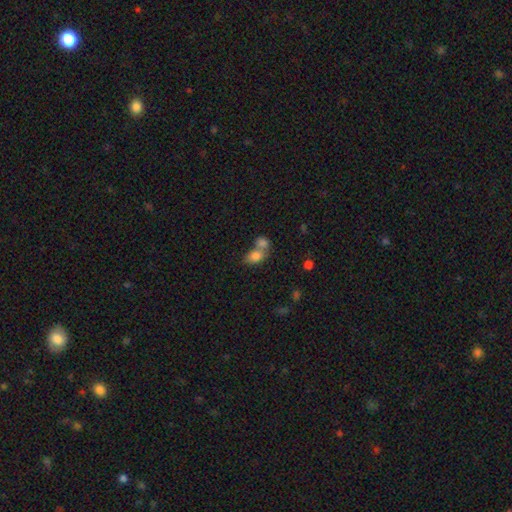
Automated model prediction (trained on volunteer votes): Smooth or featured?
  - smooth: 80% *
  - featured or disk: 10%
  - star or artifact: 10%
How rounded?
  - in between: 75% *
  - round: 23%
  - cigar-shaped: 2%
Merging?
  - merger: 59% *
  - none: 28%
  - minor disturbance: 8%
  - major disturbance: 4%